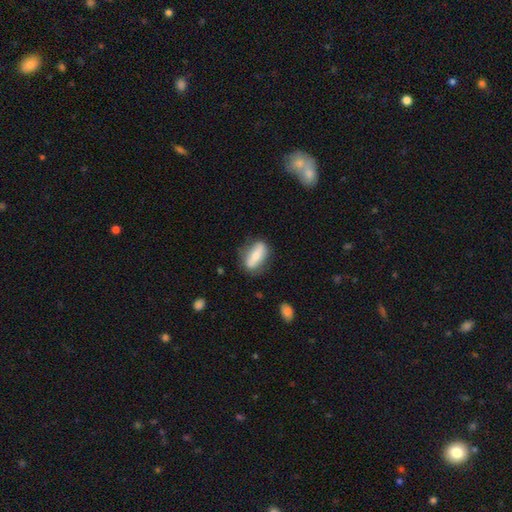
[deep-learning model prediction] Morphology: type=smooth (59%); roundness=in between (70%); merging=none (74%).